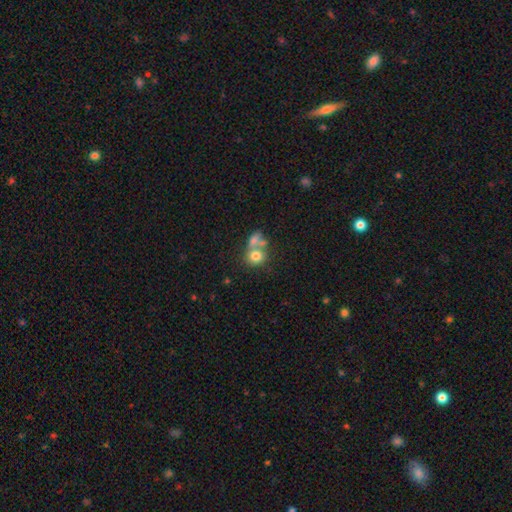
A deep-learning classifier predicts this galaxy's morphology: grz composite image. It shows a smooth galaxy with no disk features (75%) that is round (75%). Merging: merger (48%).